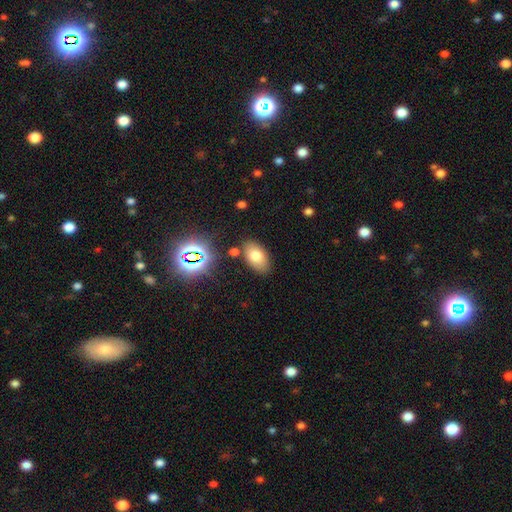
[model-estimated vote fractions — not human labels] Smooth or featured?
  - smooth: 73% *
  - featured or disk: 14%
  - star or artifact: 13%
How rounded?
  - in between: 92% *
  - round: 7%
  - cigar-shaped: 2%
Merging?
  - none: 80% *
  - minor disturbance: 12%
  - merger: 5%
  - major disturbance: 3%